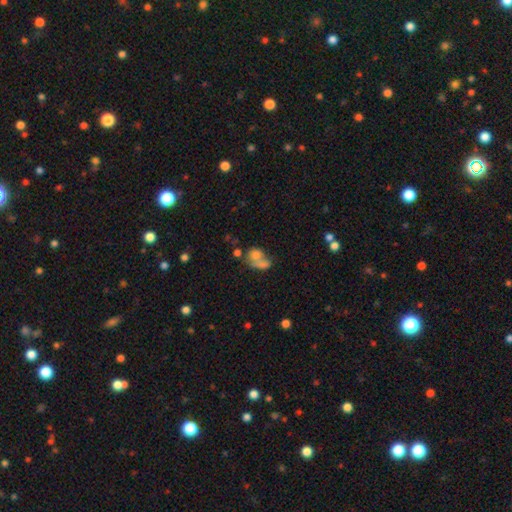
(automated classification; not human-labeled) Smooth or featured: smooth — 71% (featured or disk — 17%)
How rounded: in between — 51% (round — 46%)
Merging: merger — 56% (none — 24%)